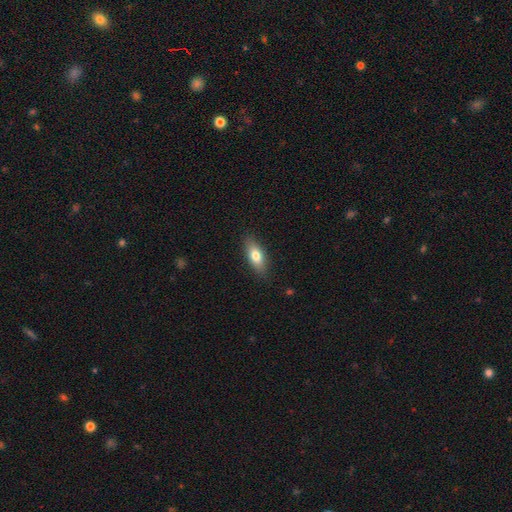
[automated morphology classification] A smooth galaxy with no disk features (74%) that is in between round and cigar-shaped (77%).

Vote fractions:
- Smooth or featured? smooth: 74% / featured or disk: 19% / star or artifact: 7%
- How rounded? in between: 77% / cigar-shaped: 19% / round: 4%
- Merging? none: 86% / minor disturbance: 11% / major disturbance: 2% / merger: 1%